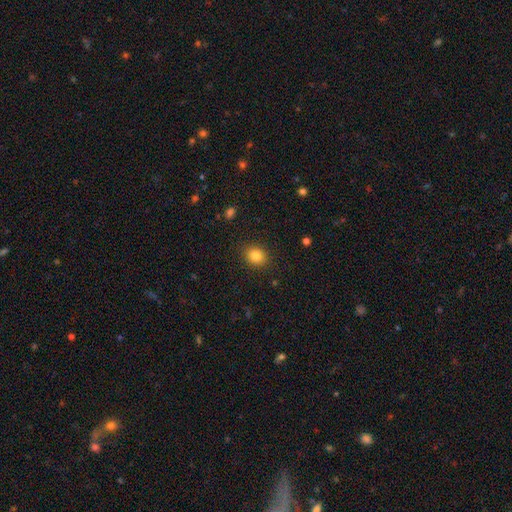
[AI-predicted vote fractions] Morphology: type=smooth (83%); roundness=round (66%); merging=none (89%).